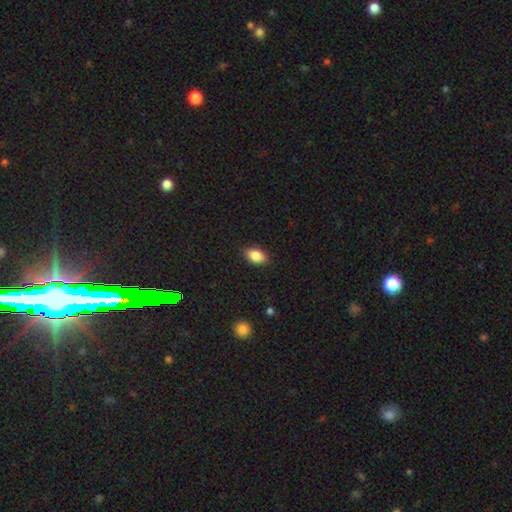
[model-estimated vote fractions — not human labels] Morphology: type=smooth (87%); roundness=in between (88%); merging=none (88%).